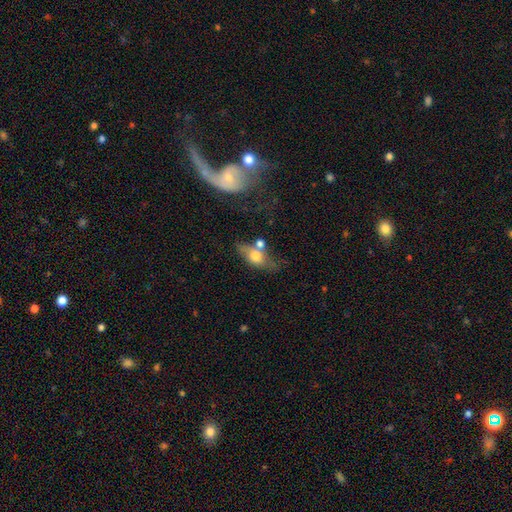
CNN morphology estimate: A smooth galaxy with no disk features (60%) that is in between round and cigar-shaped (72%). Merging: none (39%).